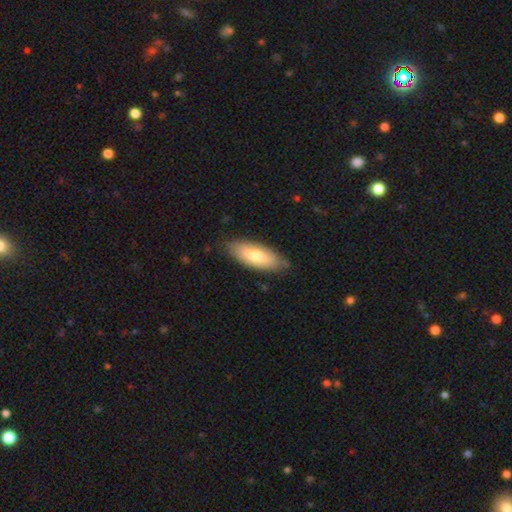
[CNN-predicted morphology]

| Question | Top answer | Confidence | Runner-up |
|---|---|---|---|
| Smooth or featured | smooth | 71% | featured or disk (23%) |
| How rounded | in between | 75% | cigar-shaped (23%) |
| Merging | none | 82% | minor disturbance (14%) |